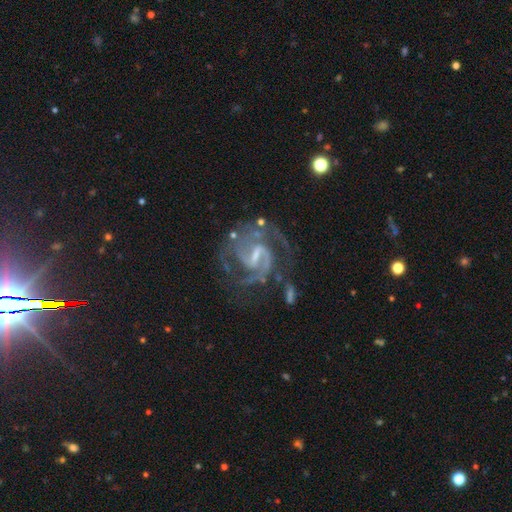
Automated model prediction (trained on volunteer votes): The model was most divided on "bar": weak: 52%, strong: 38%, no: 11%. More confident: edge-on disk — no (98%); spiral arms — yes (98%); smooth or featured — featured or disk (91%); spiral arm count — 2 (76%); merging — none (64%); bulge size — small (56%); spiral winding — medium (54%).